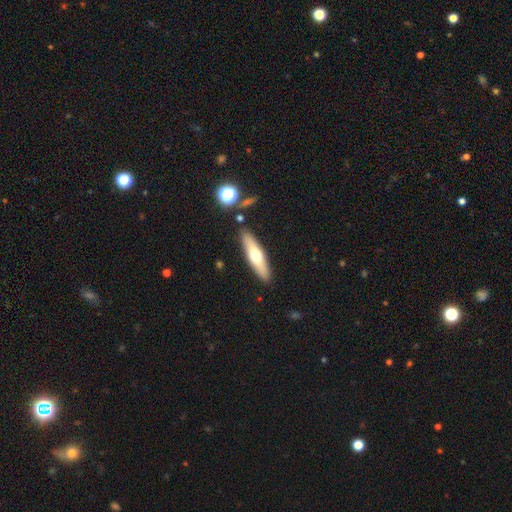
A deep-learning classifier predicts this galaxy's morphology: Smooth or featured? smooth (51%)
How rounded? cigar-shaped (73%)
Merging? none (88%)